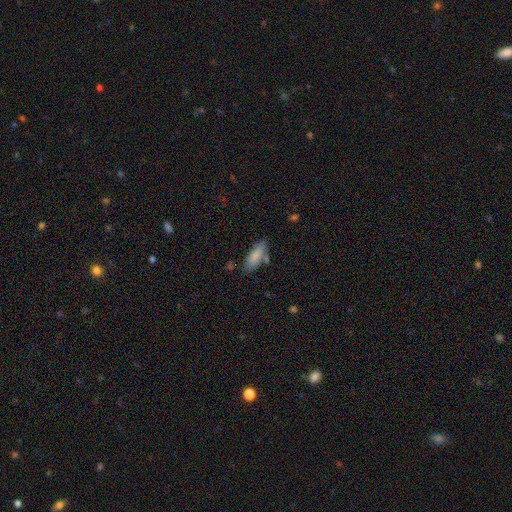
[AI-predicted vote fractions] The model was most divided on "how rounded": in between: 63%, cigar-shaped: 36%, round: 2%. More confident: smooth or featured — smooth (83%); merging — none (69%).